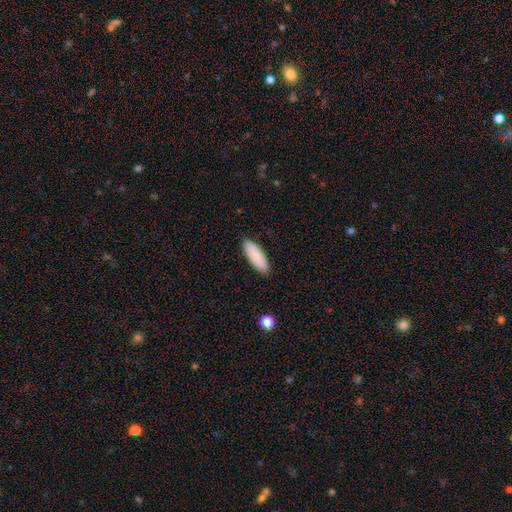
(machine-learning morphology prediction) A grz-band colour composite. It shows a smooth galaxy with no disk features (89%) that is in between round and cigar-shaped (58%). Merging: none (89%).